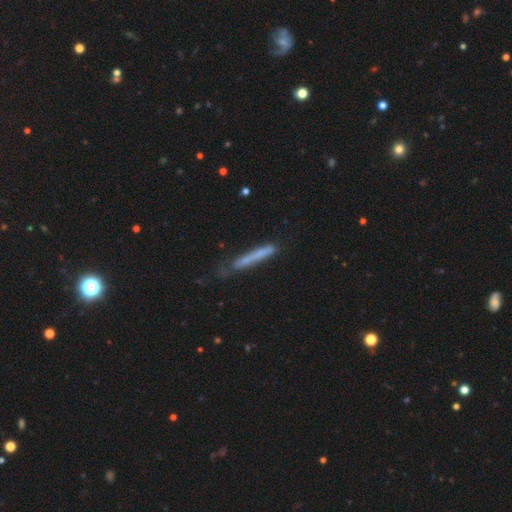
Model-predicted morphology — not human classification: A smooth galaxy with no disk features (63%) that is cigar-shaped (95%).

Vote fractions:
- Smooth or featured? smooth: 63% / featured or disk: 29% / star or artifact: 8%
- How rounded? cigar-shaped: 95% / in between: 3% / round: 1%
- Merging? none: 65% / minor disturbance: 25% / major disturbance: 7% / merger: 3%